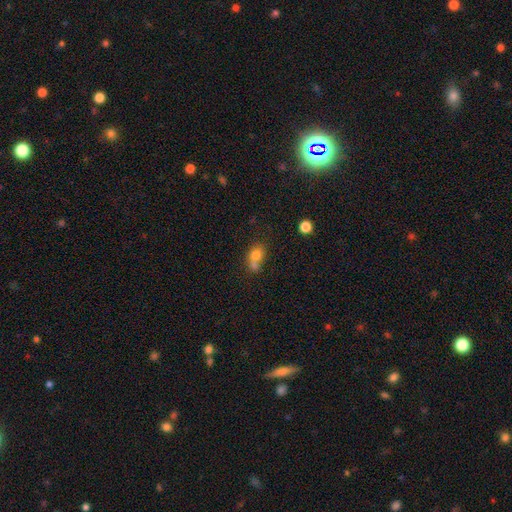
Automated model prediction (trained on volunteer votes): Smooth or featured: smooth — 75% (featured or disk — 13%)
How rounded: round — 52% (in between — 46%)
Merging: merger — 49% (none — 32%)